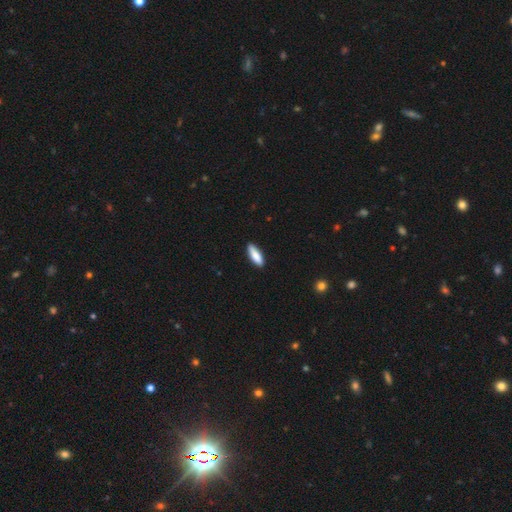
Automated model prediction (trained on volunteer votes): A smooth galaxy with no disk features (86%) that is in between round and cigar-shaped (57%).

Vote fractions:
- Smooth or featured? smooth: 86% / featured or disk: 9% / star or artifact: 5%
- How rounded? in between: 57% / cigar-shaped: 42% / round: 2%
- Merging? none: 86% / minor disturbance: 11% / major disturbance: 2% / merger: 1%